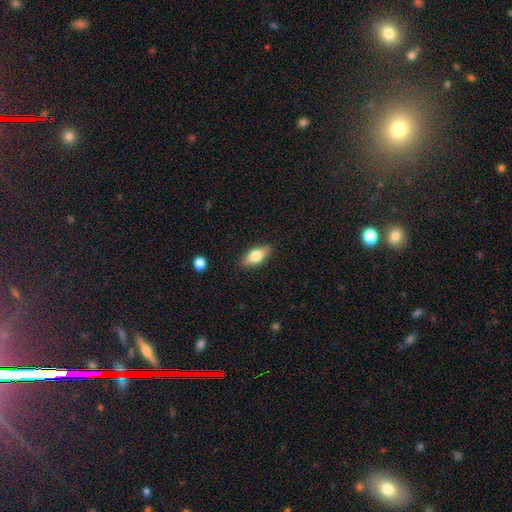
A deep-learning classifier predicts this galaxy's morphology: Smooth or featured?
  - smooth: 72% *
  - featured or disk: 21%
  - star or artifact: 7%
How rounded?
  - in between: 81% *
  - cigar-shaped: 16%
  - round: 4%
Merging?
  - none: 87% *
  - minor disturbance: 10%
  - major disturbance: 2%
  - merger: 1%